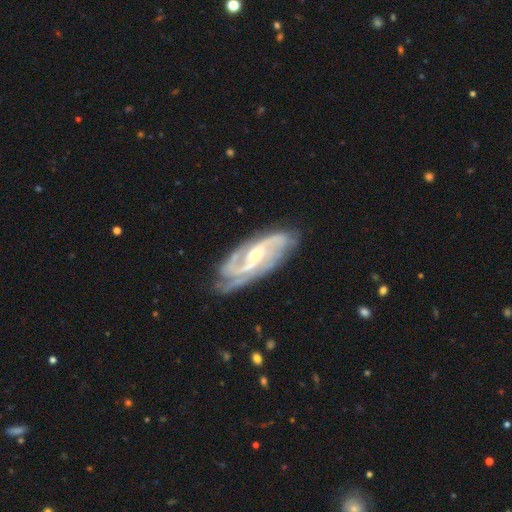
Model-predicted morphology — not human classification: Overall: featured or disk (90%). Edge-on disk: no (93%). Bar: no (42%; weak 38%). Spiral arms: yes (98%). Spiral arm count: 2 (47%; 3 25%). Spiral winding: medium (49%; tight 36%). Bulge size: small (65%; moderate 32%). Merging: none (74%).